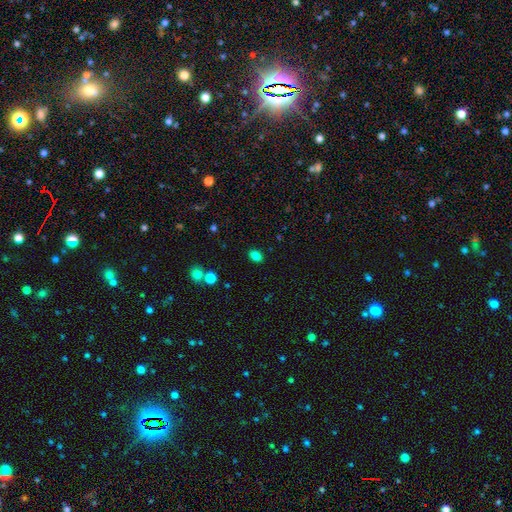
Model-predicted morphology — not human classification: A smooth galaxy with no disk features (83%) that is in between round and cigar-shaped (82%). Merging: none (86%).